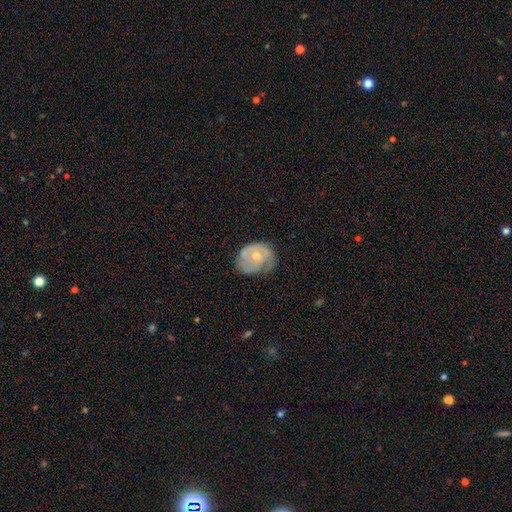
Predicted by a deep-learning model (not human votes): Smooth or featured: featured or disk — 66% (smooth — 28%)
Edge-on disk: no — 97% (yes — 3%)
Bar: no — 77% (weak — 20%)
Spiral arms: yes — 78% (no — 22%)
Spiral winding: tight — 50% (medium — 36%)
Spiral arm count: 2 — 36% (can't tell — 32%)
Bulge size: moderate — 48% (small — 45%)
Merging: none — 56% (minor disturbance — 29%)